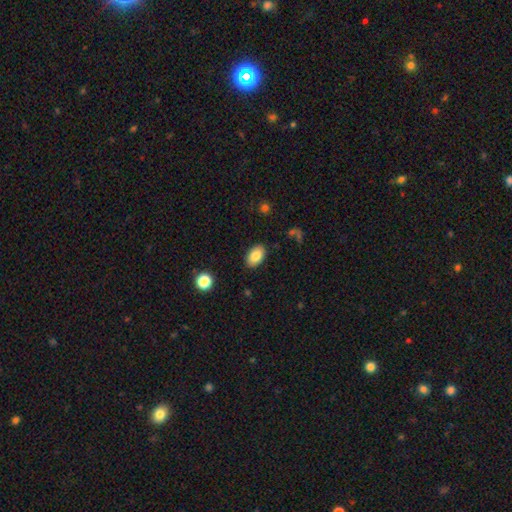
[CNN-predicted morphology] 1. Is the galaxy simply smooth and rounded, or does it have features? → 85% smooth, 8% star or artifact, 8% featured or disk.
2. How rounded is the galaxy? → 91% in between, 7% round, 1% cigar-shaped.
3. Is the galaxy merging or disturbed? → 88% none, 9% minor disturbance, 2% major disturbance, 1% merger.